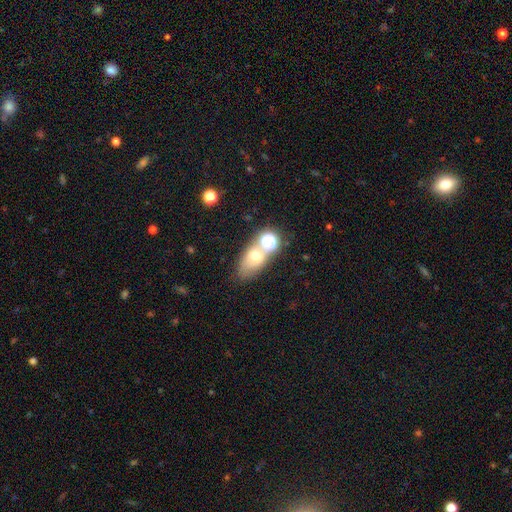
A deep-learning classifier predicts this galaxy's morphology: This appears to be a smooth galaxy with no disk features (61%) that is in between round and cigar-shaped (74%). Merging: none (45%).